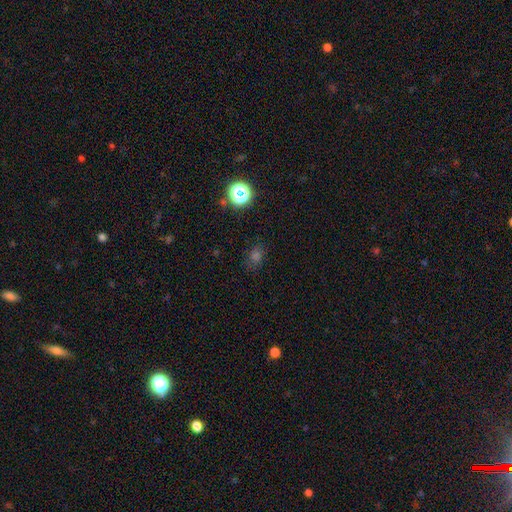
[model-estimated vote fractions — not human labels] smooth_or_featured: smooth (p=0.58) [alt: star or artifact p=0.34]
how_rounded: in between (p=0.54) [alt: round p=0.44]
merging: none (p=0.81) [alt: minor disturbance p=0.13]